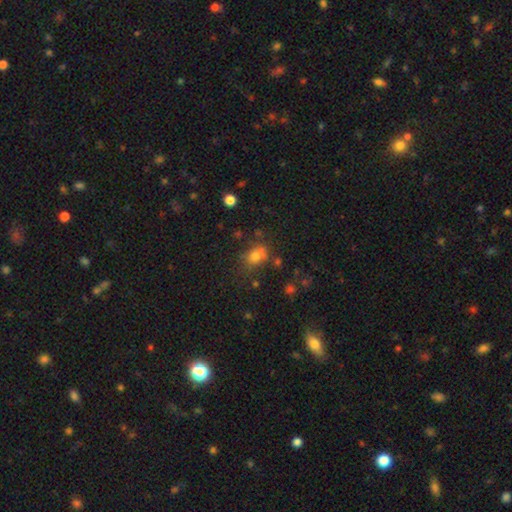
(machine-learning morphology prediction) smooth-or-featured: smooth: 69% | star or artifact: 19% | featured or disk: 12%
  how-rounded: in between: 50% | round: 49% | cigar-shaped: 2%
  merging: none: 57% | minor disturbance: 20% | merger: 15% | major disturbance: 9%